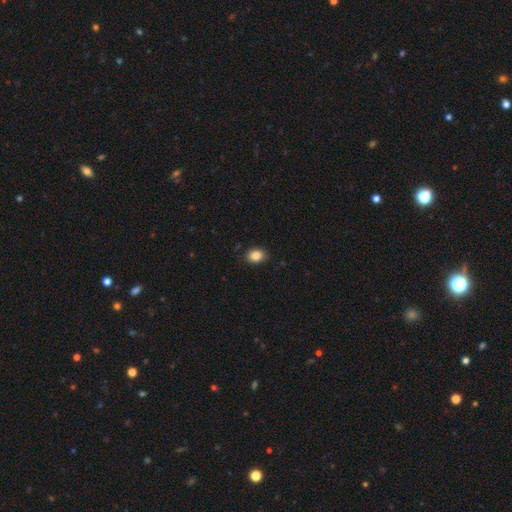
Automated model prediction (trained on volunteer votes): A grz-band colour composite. It shows a smooth galaxy with no disk features (86%) that is in between round and cigar-shaped (64%). Merging: none (87%).